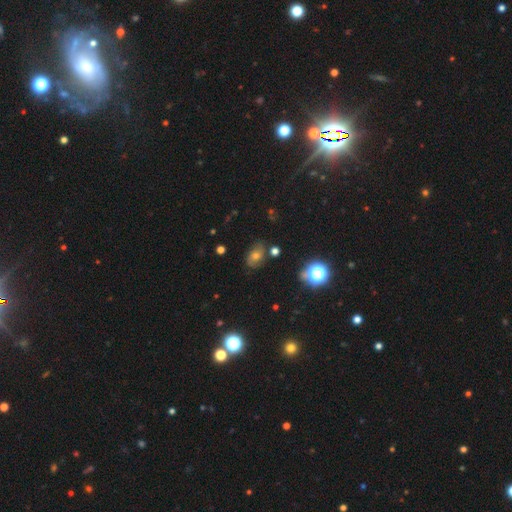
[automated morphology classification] Q: Smooth or featured?
A: smooth (46%); runner-up: featured or disk (28%)
Q: Merging?
A: none (71%); runner-up: minor disturbance (19%)